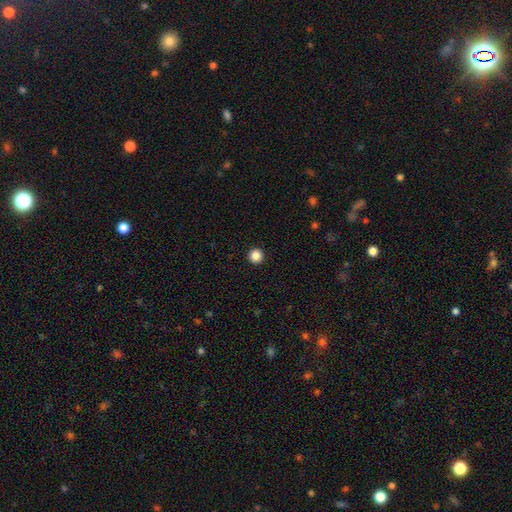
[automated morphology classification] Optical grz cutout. It shows a smooth galaxy with no disk features (86%) that is round (97%). Merging: none (94%).